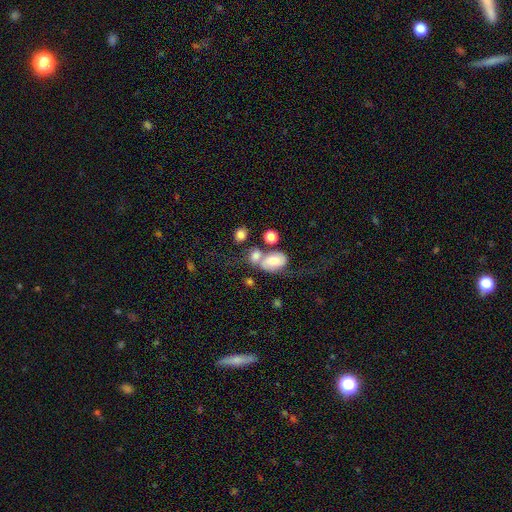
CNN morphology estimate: Smooth or featured? smooth (63%)
How rounded? in between (67%)
Merging? merger (42%)